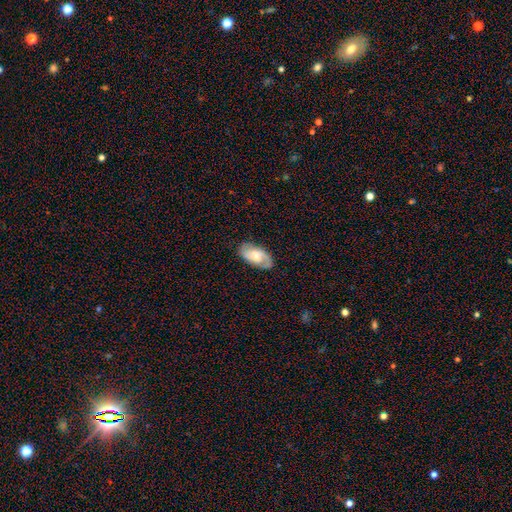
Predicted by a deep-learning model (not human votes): Smooth or featured? featured or disk (56%)
Edge-on disk? no (93%)
Bar? no (57%)
Spiral arms? yes (83%)
Bulge size? moderate (55%)
Merging? none (81%)